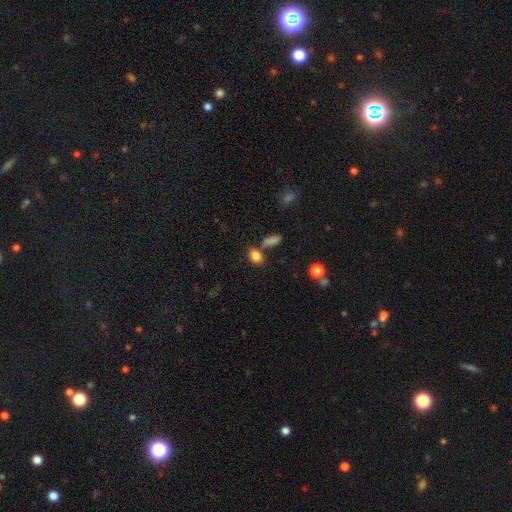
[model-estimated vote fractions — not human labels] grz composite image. It shows a smooth galaxy with no disk features (83%) that is in between round and cigar-shaped (79%). Merging: none (58%).